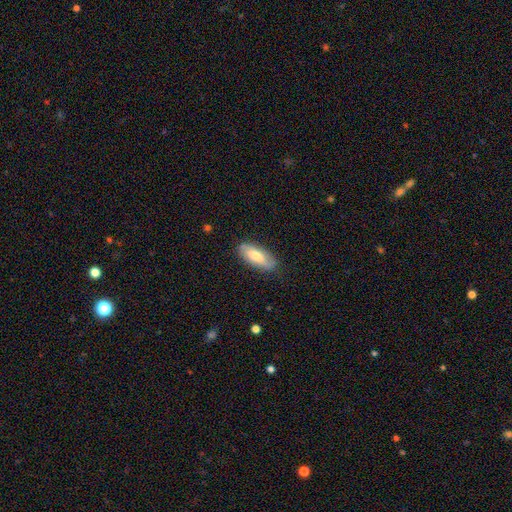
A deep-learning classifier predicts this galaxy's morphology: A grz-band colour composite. It shows a smooth galaxy with no disk features (65%) that is in between round and cigar-shaped (81%). Merging: none (81%).